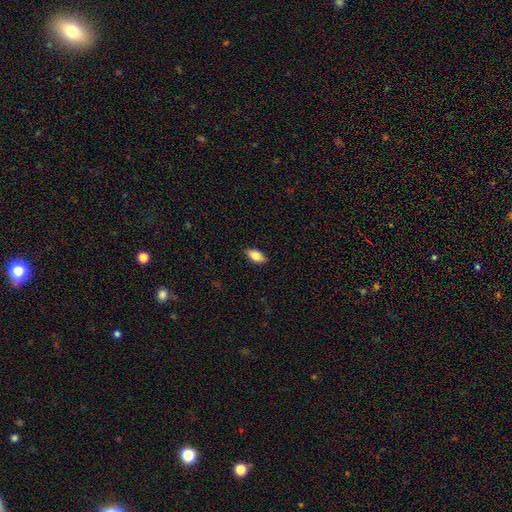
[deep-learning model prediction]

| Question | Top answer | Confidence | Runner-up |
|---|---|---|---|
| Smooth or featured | smooth | 81% | featured or disk (12%) |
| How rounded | in between | 91% | cigar-shaped (5%) |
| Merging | none | 87% | minor disturbance (10%) |